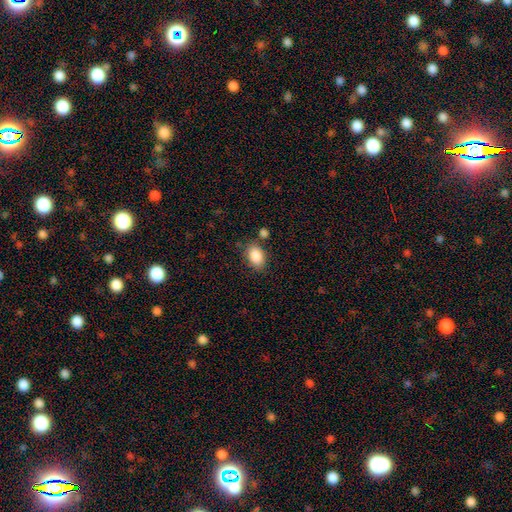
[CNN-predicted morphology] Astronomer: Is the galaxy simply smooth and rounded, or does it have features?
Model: smooth — 88%.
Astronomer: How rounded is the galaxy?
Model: in between — 87%.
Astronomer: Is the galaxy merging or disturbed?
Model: none — 76%.